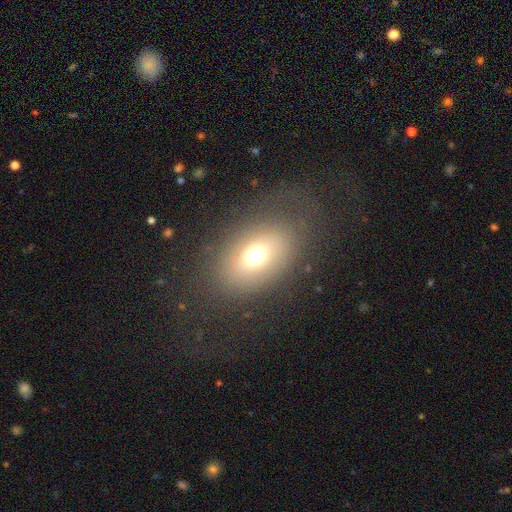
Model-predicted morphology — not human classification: smooth_or_featured: smooth (p=0.65) [alt: star or artifact p=0.18]
how_rounded: in between (p=0.67) [alt: round p=0.31]
merging: none (p=0.76) [alt: minor disturbance p=0.11]